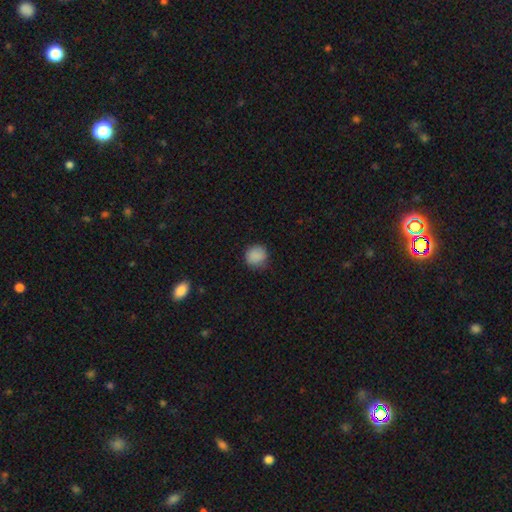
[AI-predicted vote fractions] Q: Smooth or featured?
A: smooth (87%); runner-up: star or artifact (9%)
Q: How rounded?
A: round (88%); runner-up: in between (11%)
Q: Merging?
A: none (78%); runner-up: minor disturbance (17%)